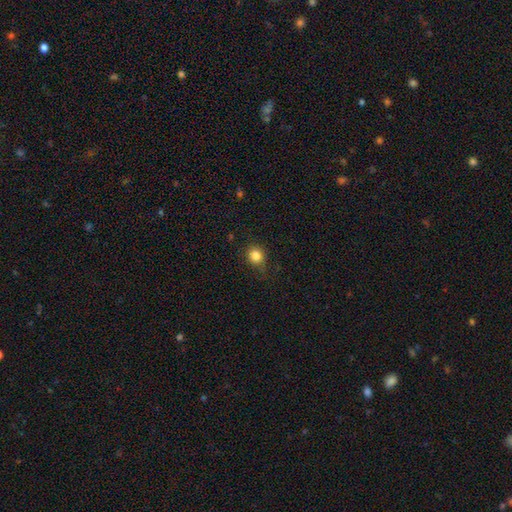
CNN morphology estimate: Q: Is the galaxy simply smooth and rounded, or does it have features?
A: smooth — 83%.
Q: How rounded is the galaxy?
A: round — 79%.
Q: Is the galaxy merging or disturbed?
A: none — 81%.